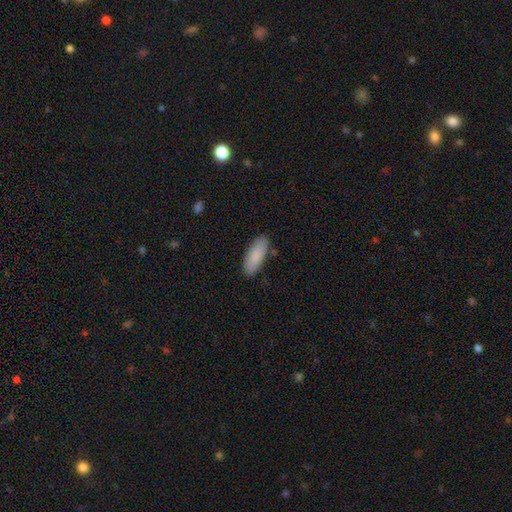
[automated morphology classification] smooth-or-featured: smooth: 88% | featured or disk: 6% | star or artifact: 6%
  how-rounded: in between: 70% | cigar-shaped: 28% | round: 1%
  merging: none: 86% | minor disturbance: 11% | major disturbance: 2% | merger: 1%